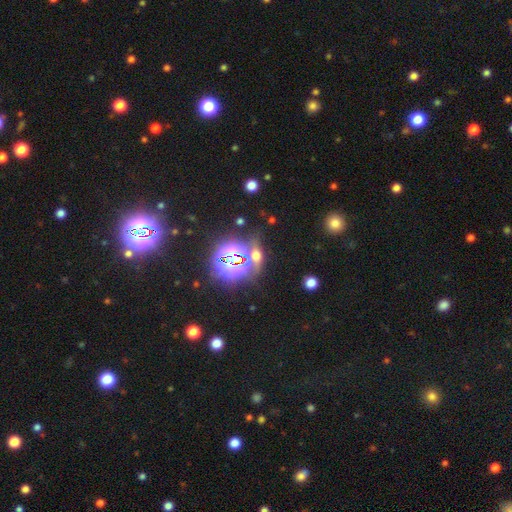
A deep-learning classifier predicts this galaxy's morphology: type=star or artifact (53%).